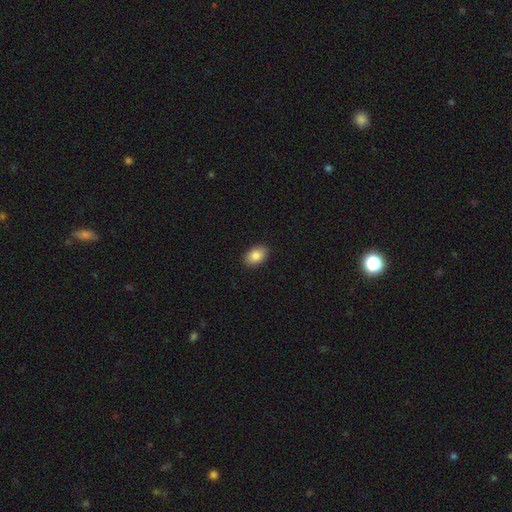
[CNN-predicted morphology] A smooth galaxy with no disk features (86%) that is in between round and cigar-shaped (87%).

Vote fractions:
- Smooth or featured? smooth: 86% / star or artifact: 7% / featured or disk: 7%
- How rounded? in between: 87% / round: 11% / cigar-shaped: 1%
- Merging? none: 89% / minor disturbance: 8% / major disturbance: 2% / merger: 1%